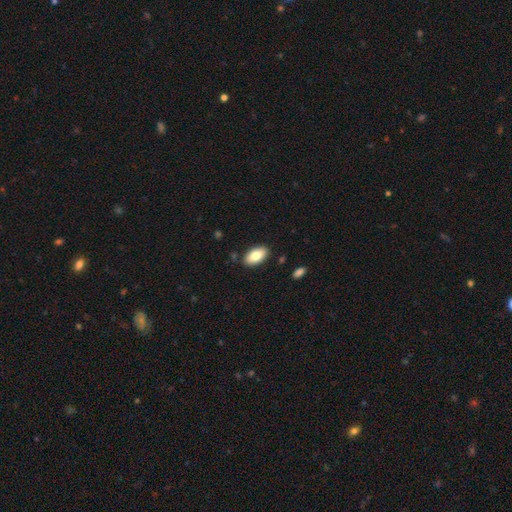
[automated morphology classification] Smooth or featured?
  - smooth: 81% *
  - featured or disk: 13%
  - star or artifact: 6%
How rounded?
  - in between: 94% *
  - cigar-shaped: 3%
  - round: 3%
Merging?
  - none: 86% *
  - minor disturbance: 10%
  - major disturbance: 2%
  - merger: 2%